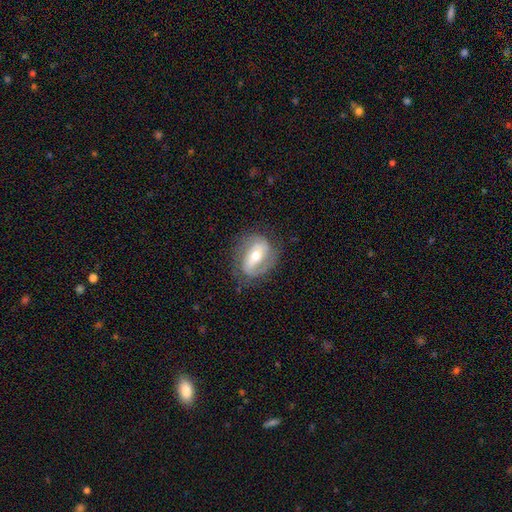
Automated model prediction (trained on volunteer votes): Overall: featured or disk (77%). Edge-on disk: no (95%). Bar: strong (42%; weak 34%). Spiral arms: yes (87%). Spiral arm count: 2 (76%). Spiral winding: medium (42%; tight 37%). Bulge size: moderate (64%; small 29%). Merging: none (71%).